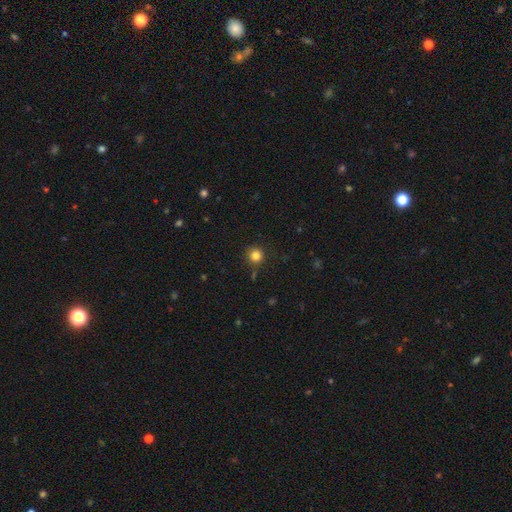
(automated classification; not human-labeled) Smooth or featured? smooth (83%)
How rounded? round (94%)
Merging? none (87%)